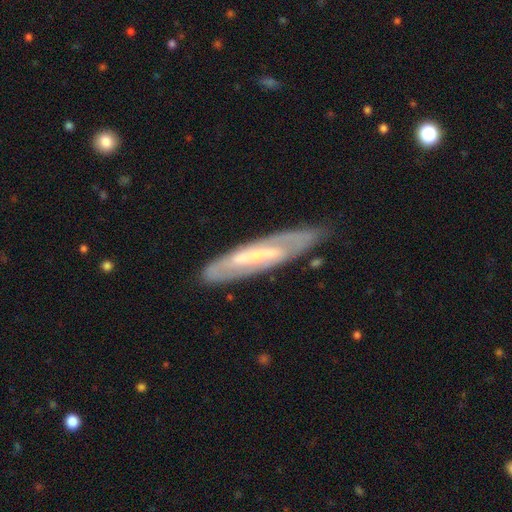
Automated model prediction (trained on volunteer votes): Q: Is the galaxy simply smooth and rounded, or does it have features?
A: featured or disk — 73%.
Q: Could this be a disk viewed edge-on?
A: no — 69%.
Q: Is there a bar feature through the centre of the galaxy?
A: strong — 46%.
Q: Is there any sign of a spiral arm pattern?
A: yes — 80%.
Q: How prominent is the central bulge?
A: small — 62%.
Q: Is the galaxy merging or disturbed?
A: none — 75%.